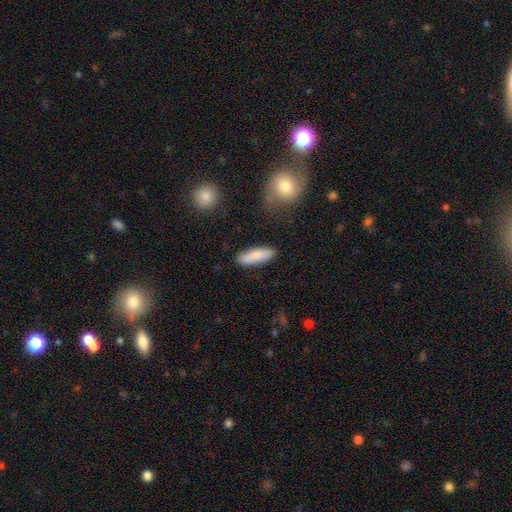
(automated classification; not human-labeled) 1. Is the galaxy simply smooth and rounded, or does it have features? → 86% smooth, 8% featured or disk, 6% star or artifact.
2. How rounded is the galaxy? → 52% cigar-shaped, 46% in between, 2% round.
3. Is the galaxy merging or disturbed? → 86% none, 10% minor disturbance, 2% major disturbance, 2% merger.